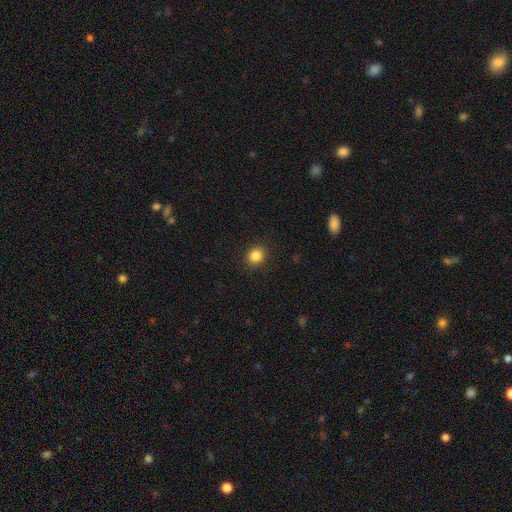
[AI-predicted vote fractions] Q: Smooth or featured?
A: smooth (85%); runner-up: star or artifact (11%)
Q: How rounded?
A: round (76%); runner-up: in between (23%)
Q: Merging?
A: none (91%); runner-up: minor disturbance (6%)